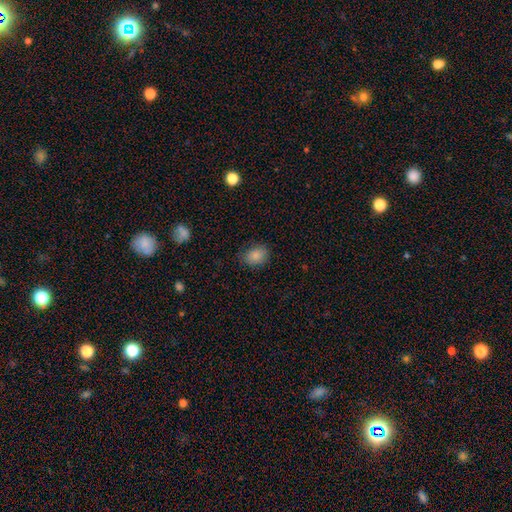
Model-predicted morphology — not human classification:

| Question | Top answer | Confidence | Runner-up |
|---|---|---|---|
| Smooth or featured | smooth | 85% | star or artifact (9%) |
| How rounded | in between | 65% | round (34%) |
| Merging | none | 81% | minor disturbance (14%) |